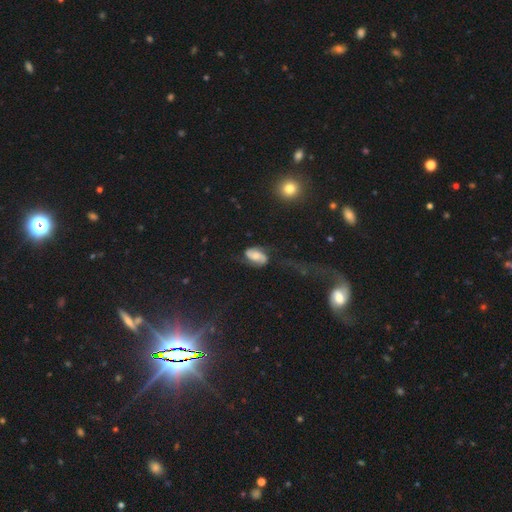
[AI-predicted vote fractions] This appears to be a featured or disk galaxy (67%) with no bar (47%), 2 (90%) medium (41%) spiral arms (91%) and a moderate central bulge (47%). Merging: none (64%).